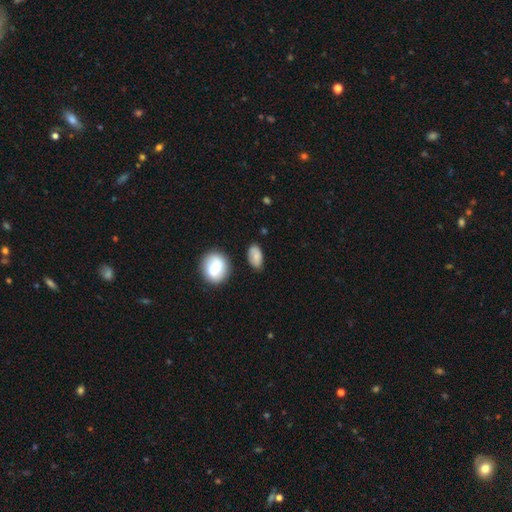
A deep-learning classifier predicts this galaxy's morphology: Overall: smooth (73%). How rounded: in between (88%). Merging: none (77%).